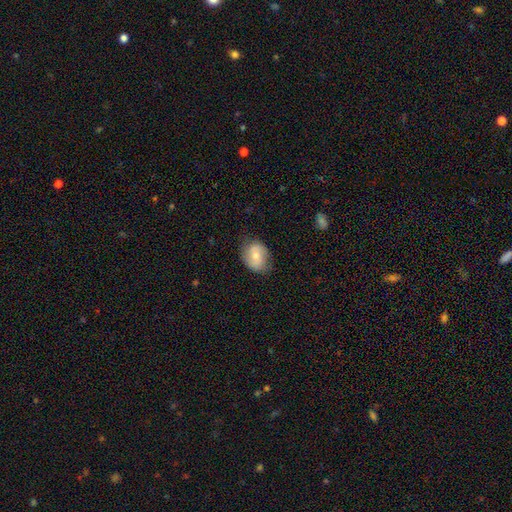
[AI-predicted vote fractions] This is possibly a smooth galaxy (55%). How rounded: possibly in between (58%). Merging: likely none (74%).